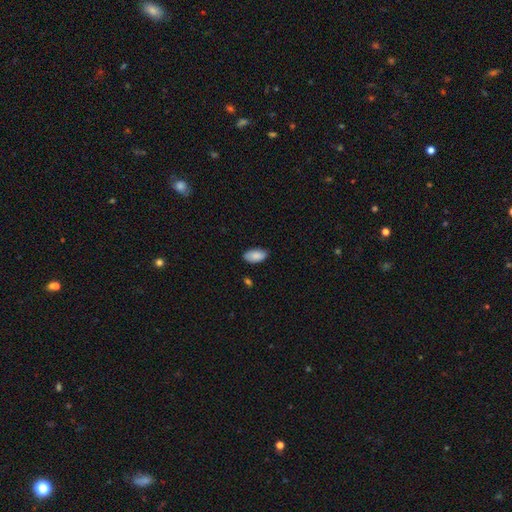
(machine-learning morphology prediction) The model was most divided on "merging": none: 83%, minor disturbance: 14%, major disturbance: 2%, merger: 1%. More confident: how rounded — in between (95%); smooth or featured — smooth (88%).